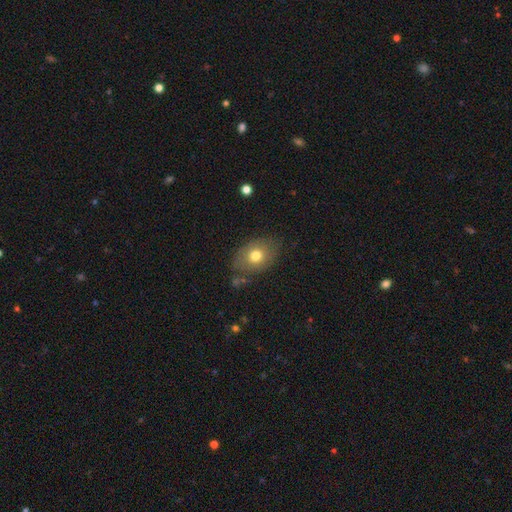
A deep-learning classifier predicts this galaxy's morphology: Q: Smooth or featured?
A: smooth (72%); runner-up: featured or disk (18%)
Q: How rounded?
A: in between (73%); runner-up: round (26%)
Q: Merging?
A: none (74%); runner-up: minor disturbance (18%)